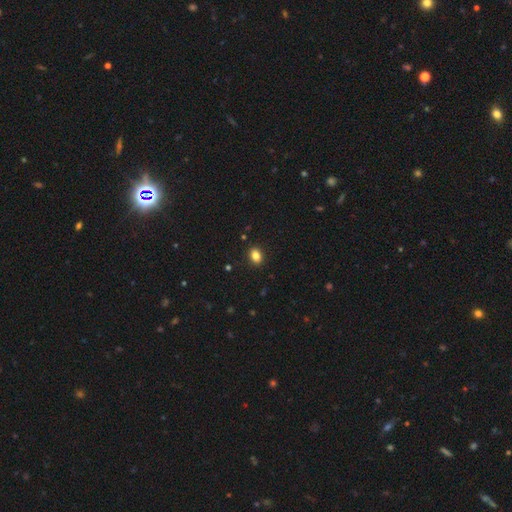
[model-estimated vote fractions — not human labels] This appears to be a smooth galaxy with no disk features (84%) that is in between round and cigar-shaped (69%). Merging: none (89%).